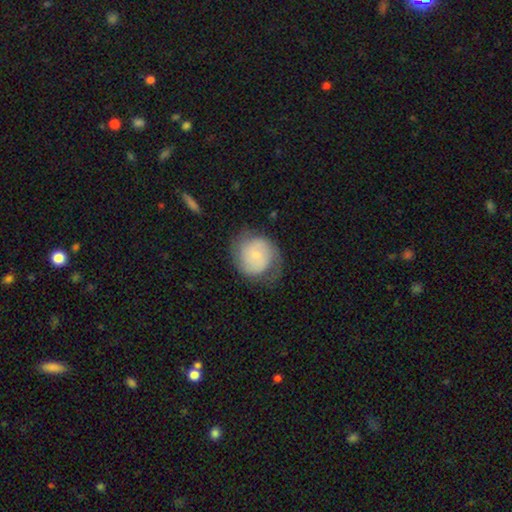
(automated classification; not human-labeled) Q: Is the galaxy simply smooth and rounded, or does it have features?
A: featured or disk — 52%.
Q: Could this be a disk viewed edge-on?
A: no — 97%.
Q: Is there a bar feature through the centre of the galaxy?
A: no — 72%.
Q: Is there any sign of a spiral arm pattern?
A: yes — 86%.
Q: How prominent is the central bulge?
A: small — 72%.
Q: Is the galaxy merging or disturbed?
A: none — 59%.